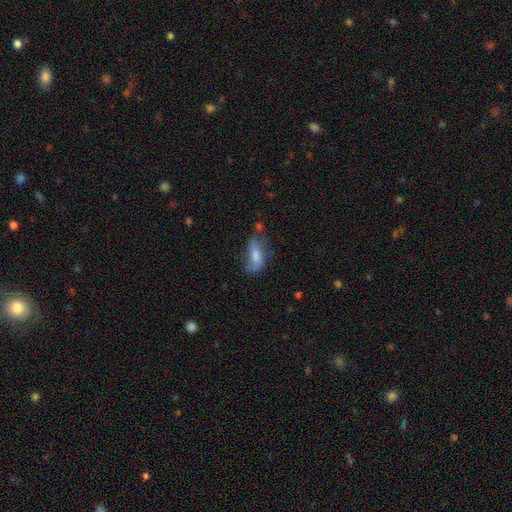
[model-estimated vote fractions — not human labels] This is likely a smooth galaxy (62%). How rounded: likely in between (78%). Merging: marginally none (41%).